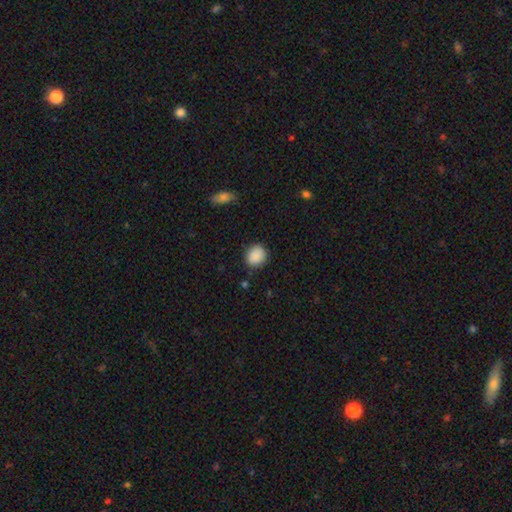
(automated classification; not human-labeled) This appears to be a smooth galaxy with no disk features (89%) that is round (72%). Merging: none (83%).